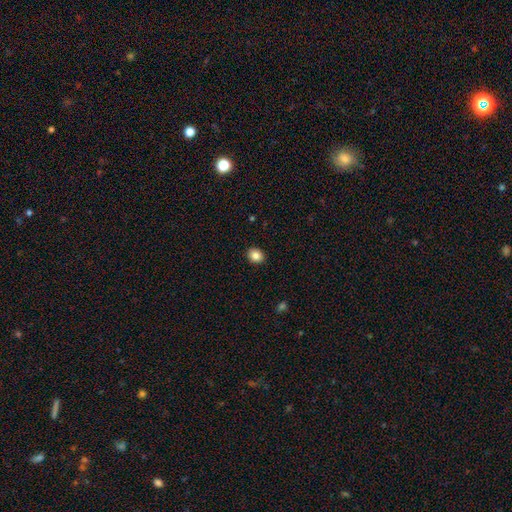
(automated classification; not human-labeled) The model was most divided on "how rounded": round: 60%, in between: 39%, cigar-shaped: 1%. More confident: merging — none (91%); smooth or featured — smooth (85%).